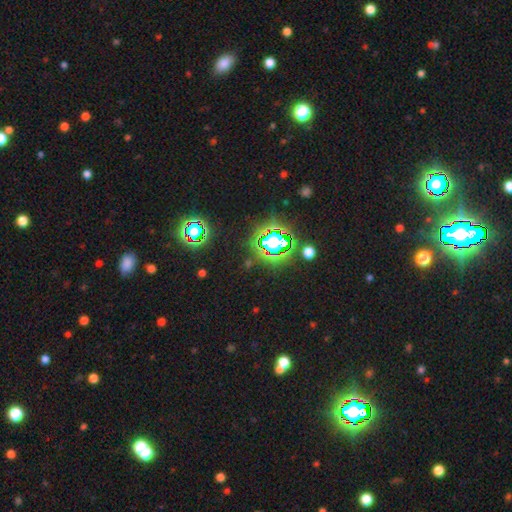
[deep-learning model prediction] Overall: star or artifact (80%).